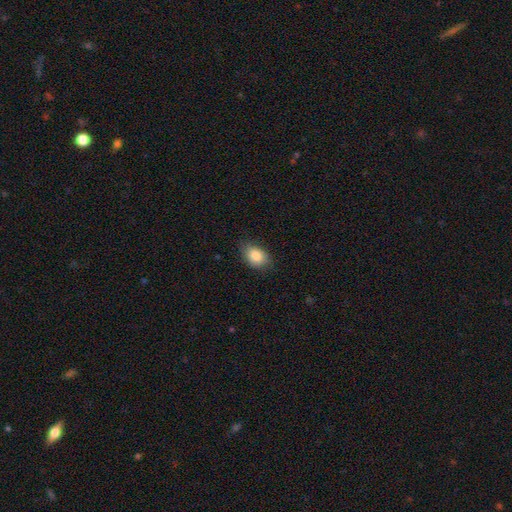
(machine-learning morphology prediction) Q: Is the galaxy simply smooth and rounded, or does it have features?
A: smooth — 84%.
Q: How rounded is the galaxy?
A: in between — 76%.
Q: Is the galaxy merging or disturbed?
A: none — 77%.